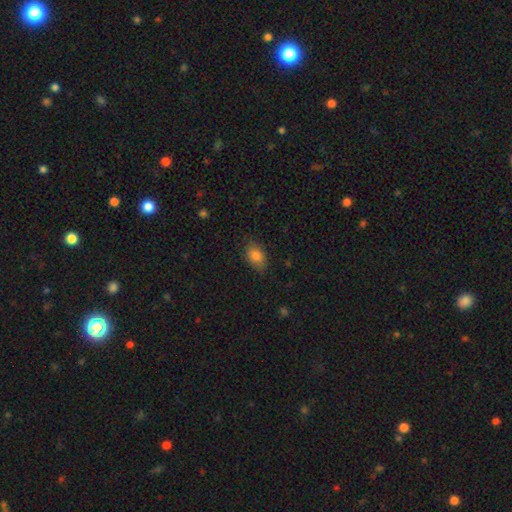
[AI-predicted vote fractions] The model was most divided on "merging": none: 81%, minor disturbance: 15%, major disturbance: 3%, merger: 1%. More confident: how rounded — in between (88%); smooth or featured — smooth (83%).